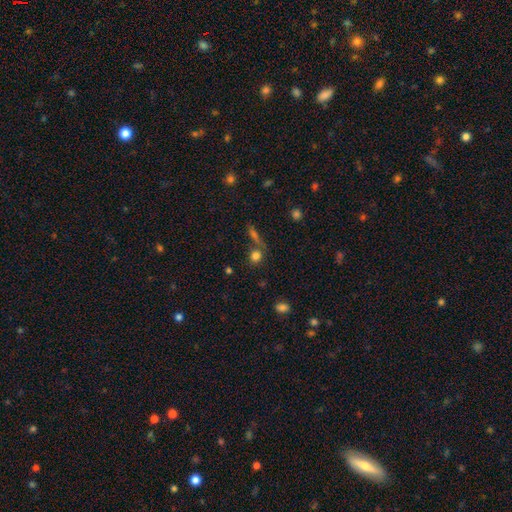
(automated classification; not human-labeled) smooth_or_featured: smooth (p=0.78) [alt: star or artifact p=0.14]
how_rounded: round (p=0.80) [alt: in between p=0.17]
merging: none (p=0.64) [alt: merger p=0.21]